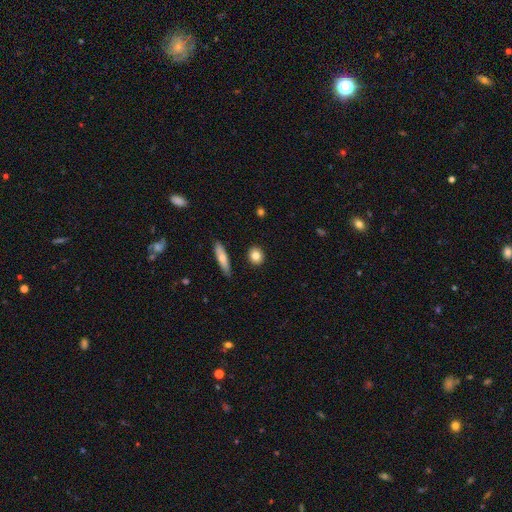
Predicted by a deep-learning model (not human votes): Smooth or featured? smooth (81%)
How rounded? round (70%)
Merging? none (89%)